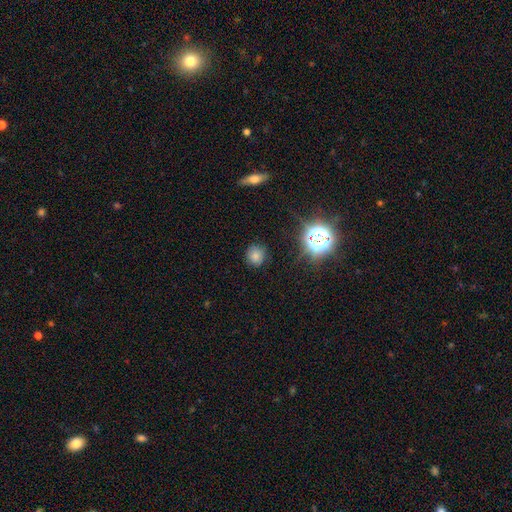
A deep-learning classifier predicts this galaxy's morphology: Smooth or featured? Predicted: smooth (p=0.72). How rounded? Predicted: round (p=0.87). Merging? Predicted: none (p=0.84).